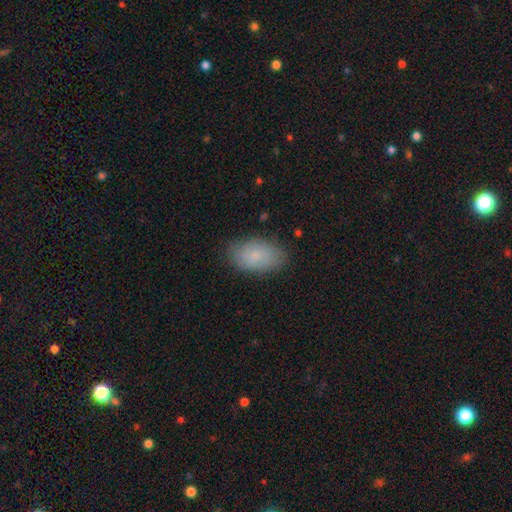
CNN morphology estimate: Q: Smooth or featured?
A: smooth (78%); runner-up: featured or disk (14%)
Q: How rounded?
A: in between (92%); runner-up: round (7%)
Q: Merging?
A: none (80%); runner-up: minor disturbance (15%)